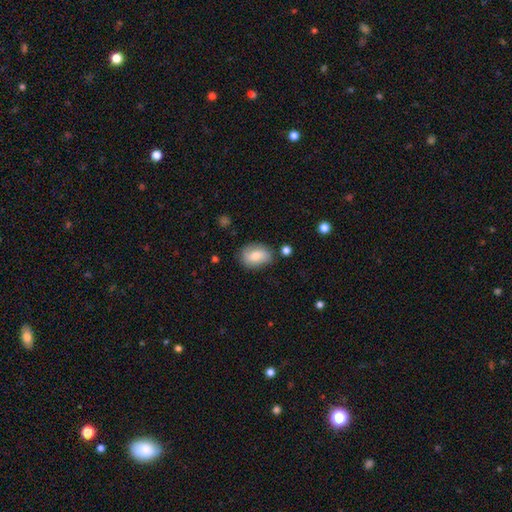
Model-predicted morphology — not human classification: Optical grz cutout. It shows a smooth galaxy with no disk features (71%) that is in between round and cigar-shaped (77%). Merging: none (75%).